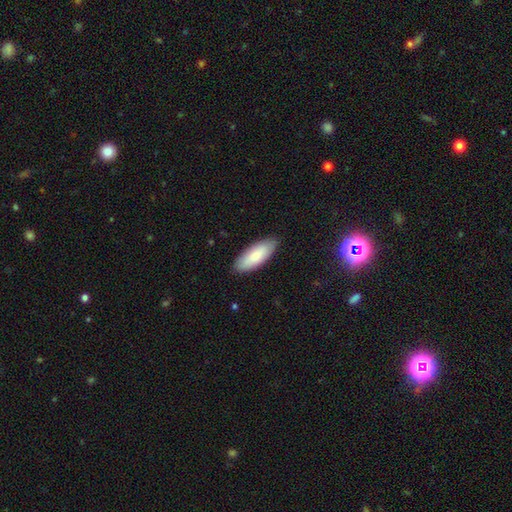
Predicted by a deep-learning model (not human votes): smooth-or-featured: smooth: 81% | featured or disk: 14% | star or artifact: 5%
  how-rounded: in between: 77% | cigar-shaped: 22% | round: 2%
  merging: none: 87% | minor disturbance: 11% | major disturbance: 2% | merger: 1%